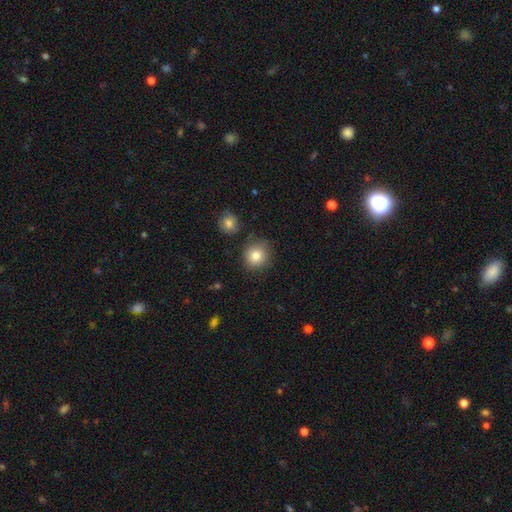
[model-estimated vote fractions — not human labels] Smooth or featured? Predicted: smooth (p=0.82). How rounded? Predicted: round (p=0.88). Merging? Predicted: none (p=0.81).